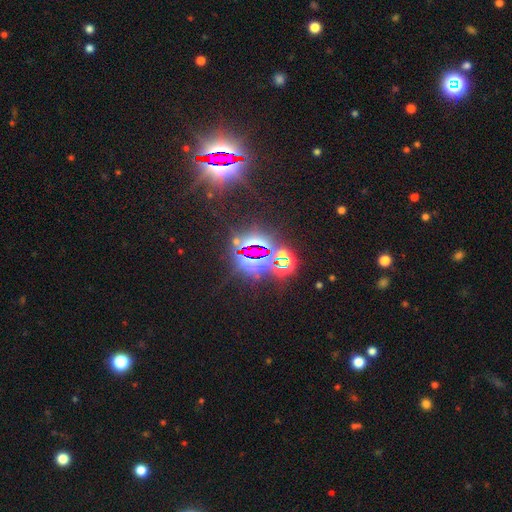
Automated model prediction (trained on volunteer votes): Morphology: type=star or artifact (84%).